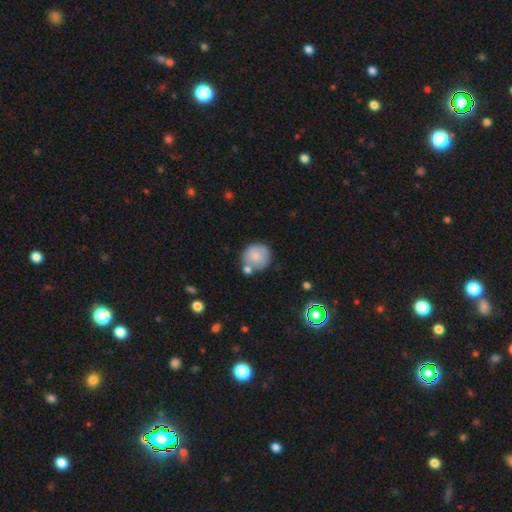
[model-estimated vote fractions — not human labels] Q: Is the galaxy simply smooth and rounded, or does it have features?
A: smooth — 77%.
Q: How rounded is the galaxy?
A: round — 88%.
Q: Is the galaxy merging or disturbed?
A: none — 56%.